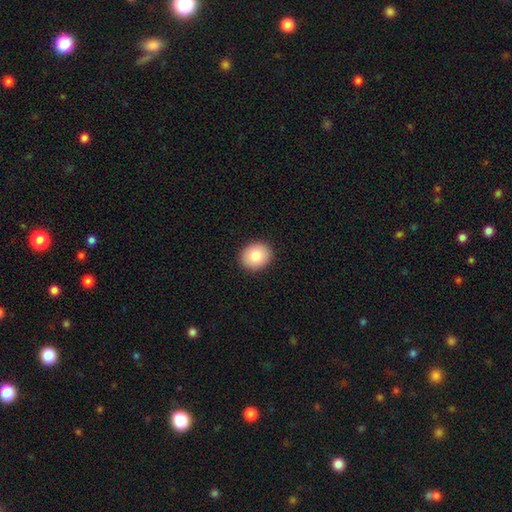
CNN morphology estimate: This appears to be a smooth galaxy with no disk features (83%) that is round (70%). Merging: none (92%).